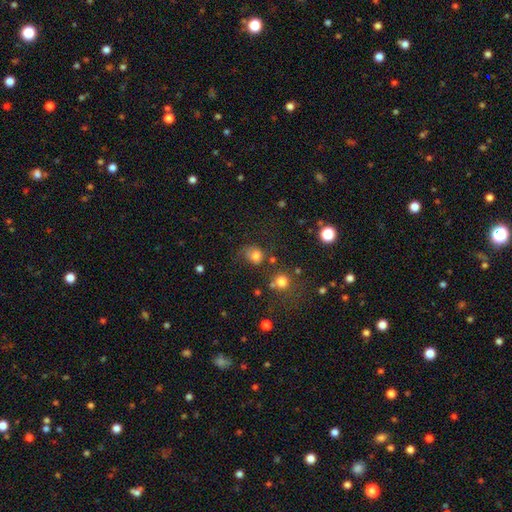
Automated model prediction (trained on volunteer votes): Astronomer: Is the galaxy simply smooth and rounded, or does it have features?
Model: smooth — 74%.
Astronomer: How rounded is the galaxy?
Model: round — 66%.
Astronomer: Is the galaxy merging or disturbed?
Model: none — 49% (runner-up: minor disturbance, 25%).